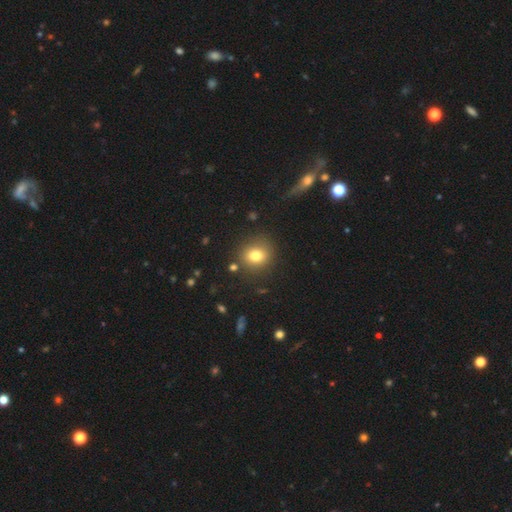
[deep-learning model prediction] A smooth galaxy with no disk features (77%) that is round (76%).

Vote fractions:
- Smooth or featured? smooth: 77% / star or artifact: 13% / featured or disk: 10%
- How rounded? round: 76% / in between: 23% / cigar-shaped: 1%
- Merging? none: 84% / minor disturbance: 10% / major disturbance: 4% / merger: 3%